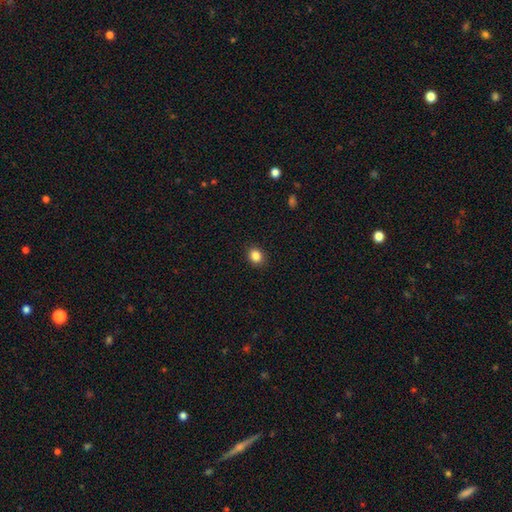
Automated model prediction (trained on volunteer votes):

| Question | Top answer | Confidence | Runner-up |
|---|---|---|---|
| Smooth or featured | smooth | 85% | star or artifact (11%) |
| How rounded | round | 65% | in between (34%) |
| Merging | none | 90% | minor disturbance (7%) |